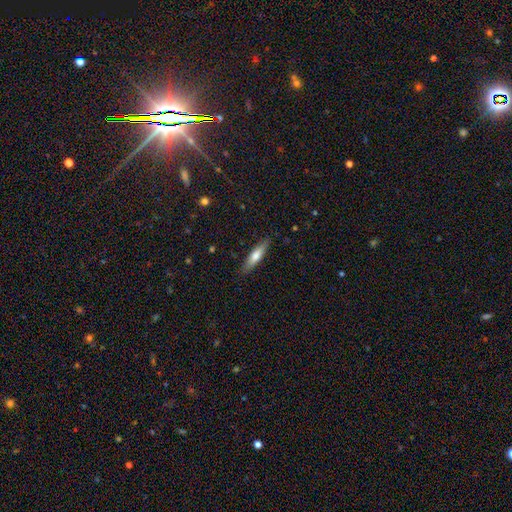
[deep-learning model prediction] Morphology: type=smooth (64%); roundness=cigar-shaped (75%); merging=none (87%).